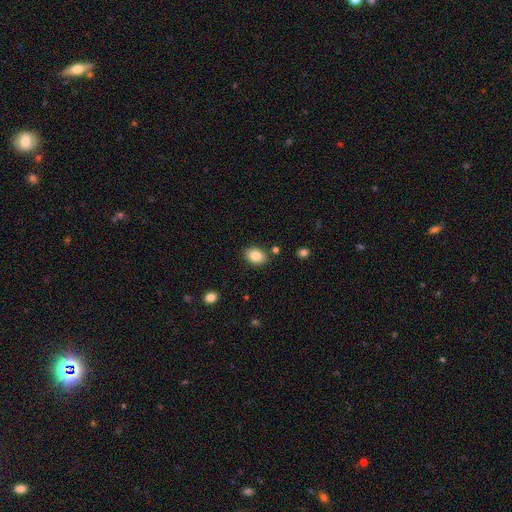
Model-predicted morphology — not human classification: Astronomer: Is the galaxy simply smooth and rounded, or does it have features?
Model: smooth — 85%.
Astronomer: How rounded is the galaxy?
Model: in between — 76%.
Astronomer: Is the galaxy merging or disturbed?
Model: none — 85%.